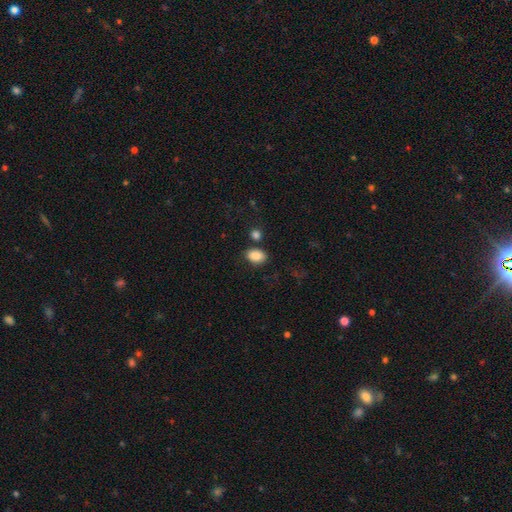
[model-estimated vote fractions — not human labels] Smooth or featured? Predicted: smooth (p=0.88). How rounded? Predicted: in between (p=0.81). Merging? Predicted: none (p=0.76).